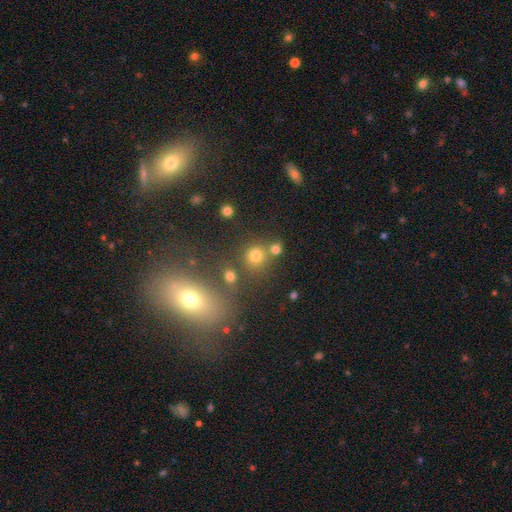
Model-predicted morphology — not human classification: A smooth galaxy with no disk features (71%) that is round (86%). Merging: none (71%).